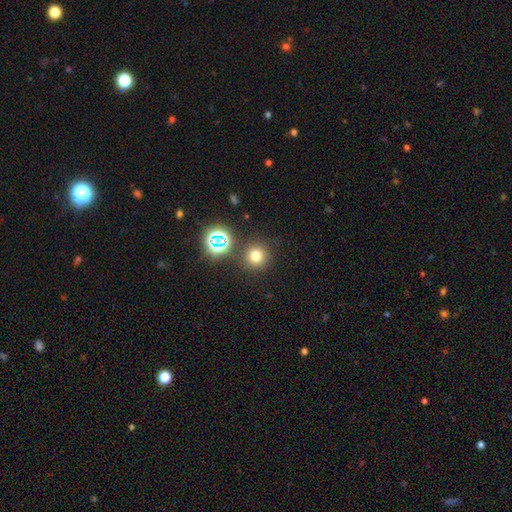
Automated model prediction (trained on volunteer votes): Smooth or featured? Predicted: smooth (p=0.71). How rounded? Predicted: round (p=0.94). Merging? Predicted: none (p=0.85).